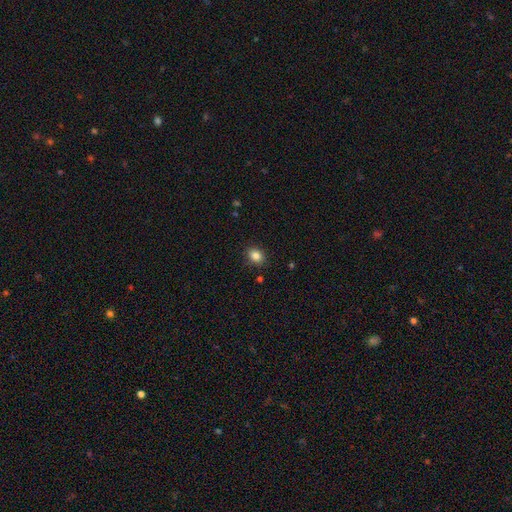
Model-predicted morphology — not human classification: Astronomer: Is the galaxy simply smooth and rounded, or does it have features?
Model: smooth — 85%.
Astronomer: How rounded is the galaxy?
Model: in between — 57% (runner-up: round, 42%).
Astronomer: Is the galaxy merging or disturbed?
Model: none — 87%.